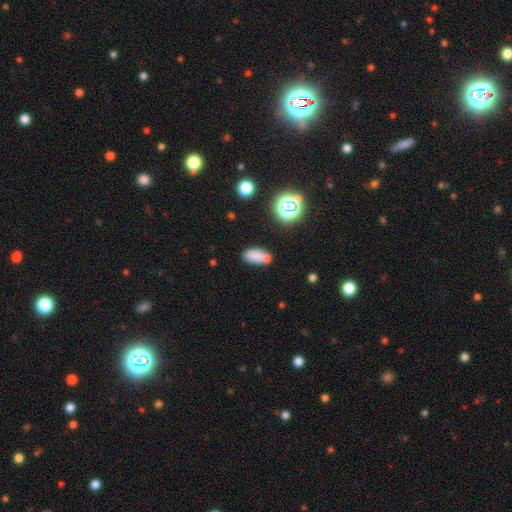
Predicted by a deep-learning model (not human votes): Smooth or featured? Predicted: smooth (p=0.76). How rounded? Predicted: in between (p=0.88). Merging? Predicted: none (p=0.61).